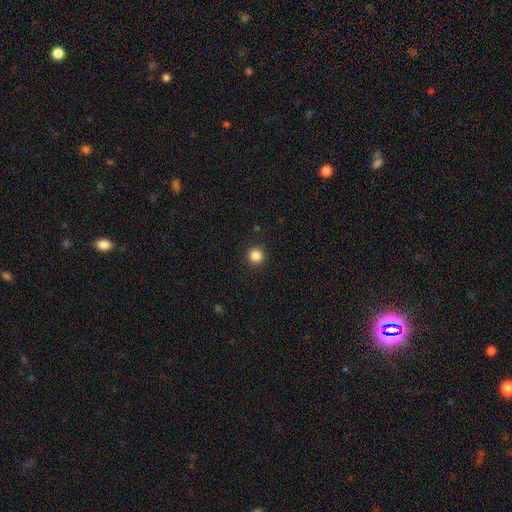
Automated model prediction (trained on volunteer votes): A smooth galaxy with no disk features (85%) that is round (95%). Merging: none (93%).